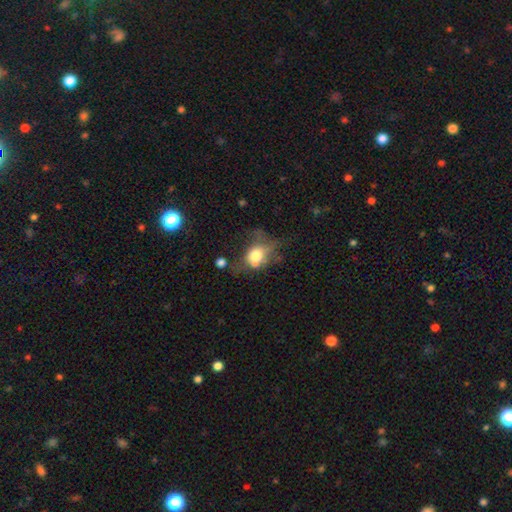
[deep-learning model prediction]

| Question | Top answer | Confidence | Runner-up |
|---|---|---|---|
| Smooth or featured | smooth | 59% | featured or disk (29%) |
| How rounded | in between | 59% | round (39%) |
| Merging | major disturbance | 34% | none (27%) |